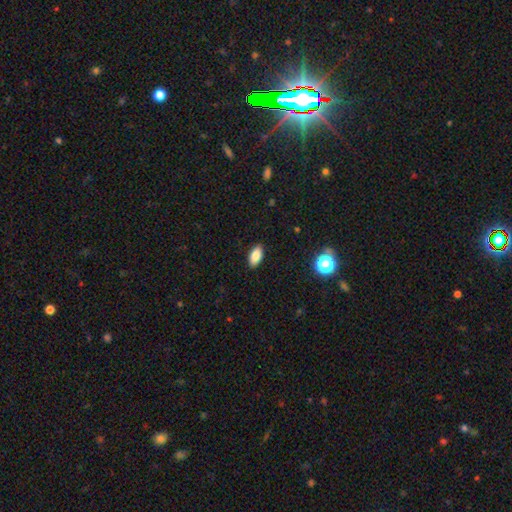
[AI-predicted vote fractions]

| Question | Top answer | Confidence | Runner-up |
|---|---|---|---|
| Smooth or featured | smooth | 86% | star or artifact (8%) |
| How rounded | in between | 91% | cigar-shaped (6%) |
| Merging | none | 90% | minor disturbance (7%) |